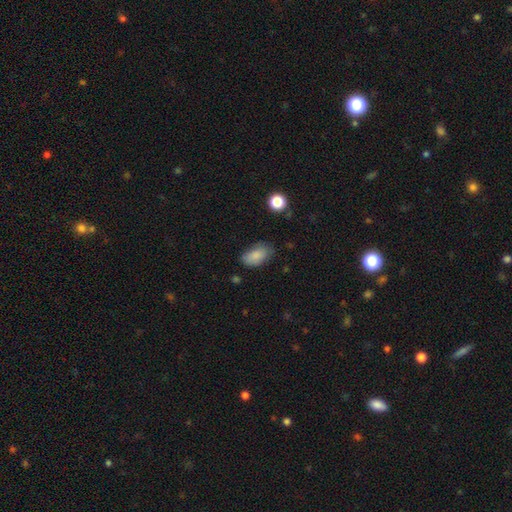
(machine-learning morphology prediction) Smooth or featured?
  - smooth: 85% *
  - star or artifact: 8%
  - featured or disk: 7%
How rounded?
  - in between: 92% *
  - round: 6%
  - cigar-shaped: 2%
Merging?
  - none: 66% *
  - minor disturbance: 26%
  - major disturbance: 6%
  - merger: 2%